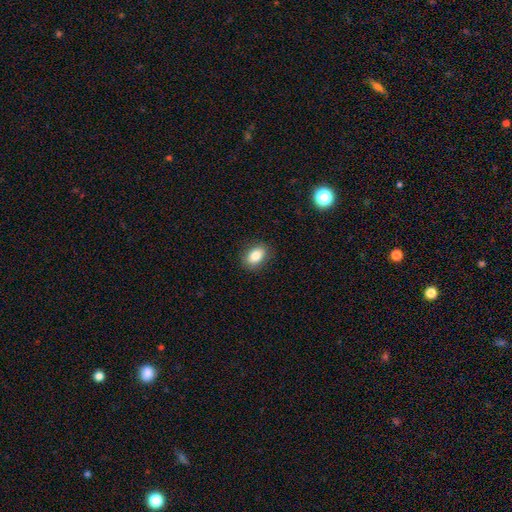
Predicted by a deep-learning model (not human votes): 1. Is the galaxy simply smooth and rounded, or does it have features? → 84% smooth, 9% star or artifact, 8% featured or disk.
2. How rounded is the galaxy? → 82% in between, 16% round, 1% cigar-shaped.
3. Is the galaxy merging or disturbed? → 87% none, 9% minor disturbance, 2% major disturbance, 1% merger.